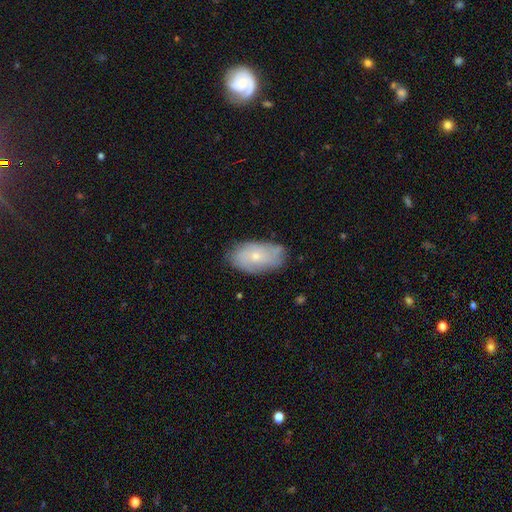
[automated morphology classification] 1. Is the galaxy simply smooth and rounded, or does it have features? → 48% smooth, 44% featured or disk, 8% star or artifact.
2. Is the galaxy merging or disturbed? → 76% none, 19% minor disturbance, 4% major disturbance, 1% merger.